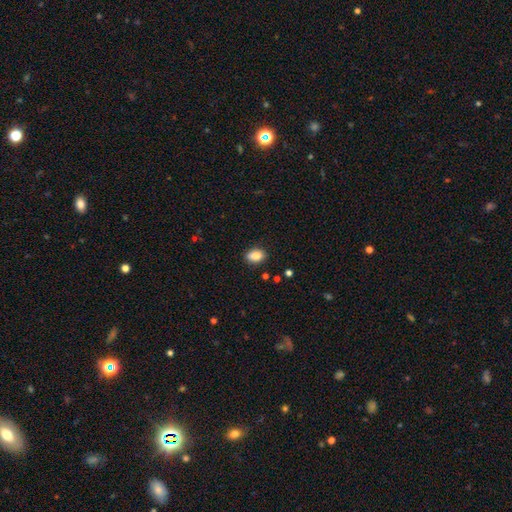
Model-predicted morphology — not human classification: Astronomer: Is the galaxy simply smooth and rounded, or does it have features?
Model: smooth — 86%.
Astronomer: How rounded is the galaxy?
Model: in between — 83%.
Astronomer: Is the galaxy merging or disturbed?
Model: none — 86%.